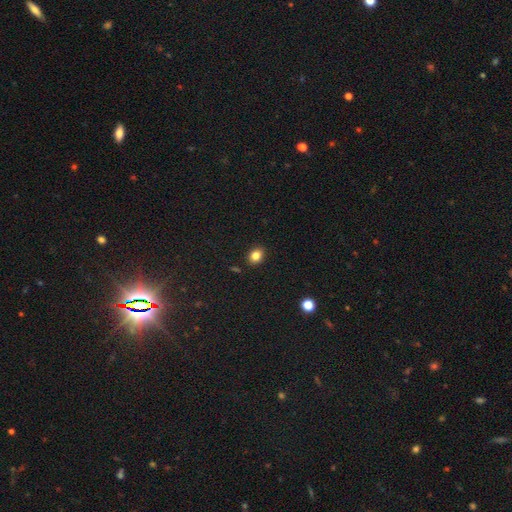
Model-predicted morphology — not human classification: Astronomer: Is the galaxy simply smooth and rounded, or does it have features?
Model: smooth — 83%.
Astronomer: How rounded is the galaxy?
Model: in between — 51% (runner-up: round, 48%).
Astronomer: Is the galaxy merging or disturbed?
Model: none — 88%.